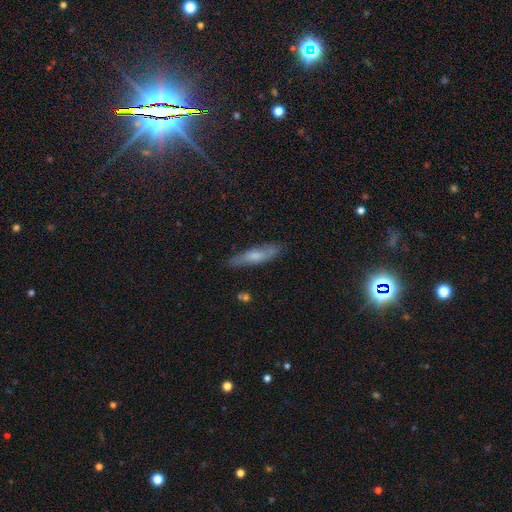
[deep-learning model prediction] smooth 58%, featured or disk 35%, star or artifact 7%. Down the decision tree: how rounded — cigar-shaped (72%); merging — none (80%).